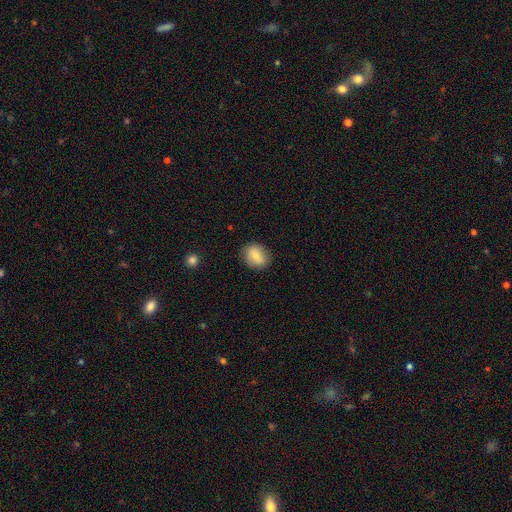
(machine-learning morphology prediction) Smooth or featured?
  - smooth: 75% *
  - featured or disk: 17%
  - star or artifact: 8%
How rounded?
  - in between: 53% *
  - round: 45%
  - cigar-shaped: 2%
Merging?
  - none: 85% *
  - minor disturbance: 11%
  - major disturbance: 3%
  - merger: 1%